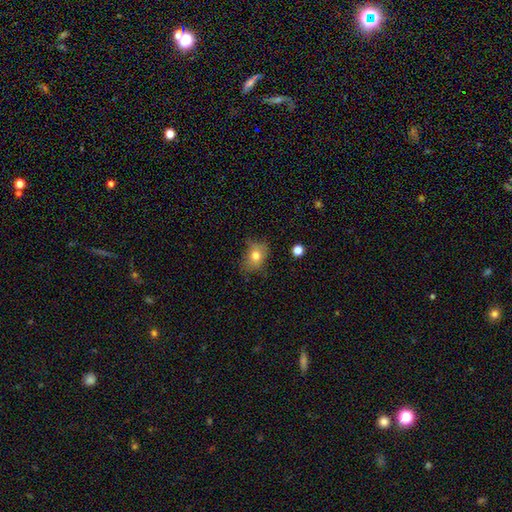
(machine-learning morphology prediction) Smooth or featured? smooth (77%)
How rounded? in between (63%)
Merging? none (64%)